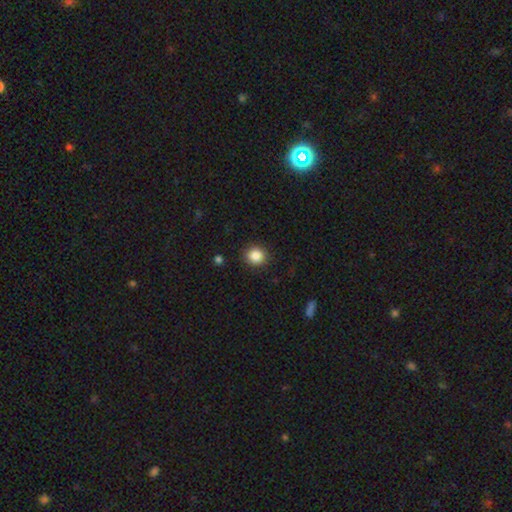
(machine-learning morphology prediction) smooth 85%, star or artifact 10%, featured or disk 5%. Down the decision tree: how rounded — round (86%); merging — none (90%).